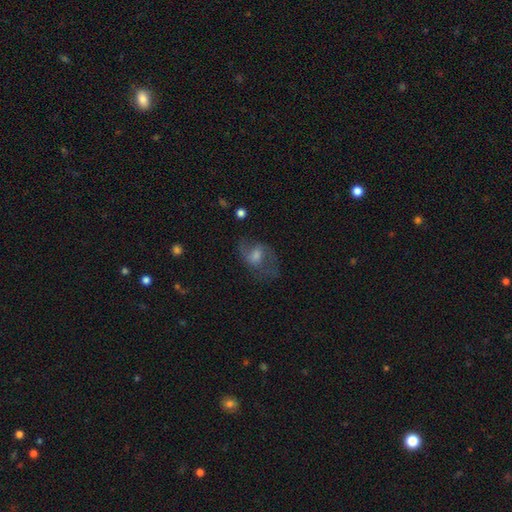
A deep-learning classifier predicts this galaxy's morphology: smooth_or_featured: featured or disk (p=0.61) [alt: smooth p=0.27]
disk_edge_on: no (p=0.95) [alt: yes p=0.05]
bar: weak (p=0.46) [alt: no p=0.43]
has_spiral_arms: yes (p=0.80) [alt: no p=0.20]
bulge_size: moderate (p=0.44) [alt: small p=0.25]
merging: none (p=0.61) [alt: minor disturbance p=0.19]